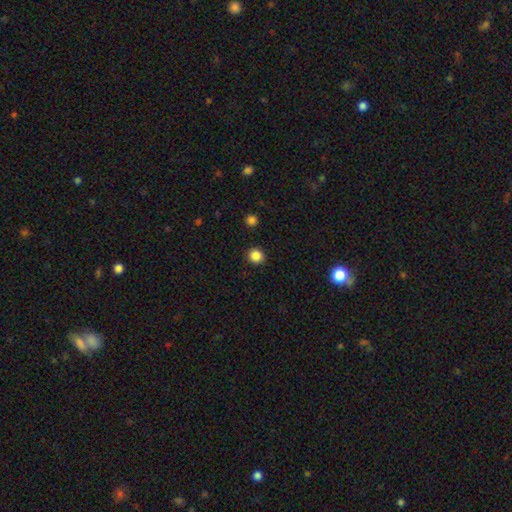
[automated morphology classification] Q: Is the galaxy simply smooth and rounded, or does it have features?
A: smooth — 85%.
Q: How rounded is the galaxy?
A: round — 90%.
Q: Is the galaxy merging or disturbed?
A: none — 92%.